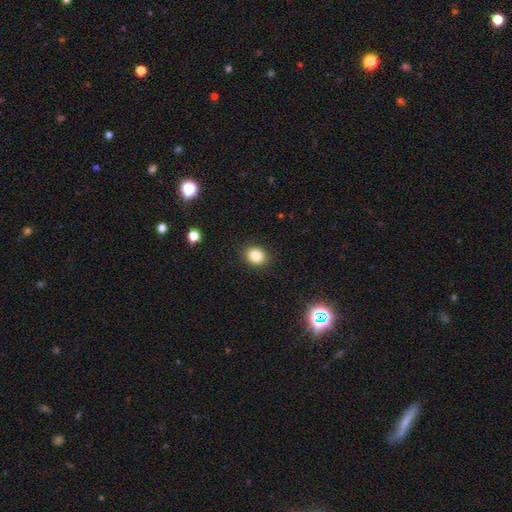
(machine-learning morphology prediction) Smooth or featured: smooth — 85% (star or artifact — 11%)
How rounded: round — 63% (in between — 36%)
Merging: none — 89% (minor disturbance — 7%)